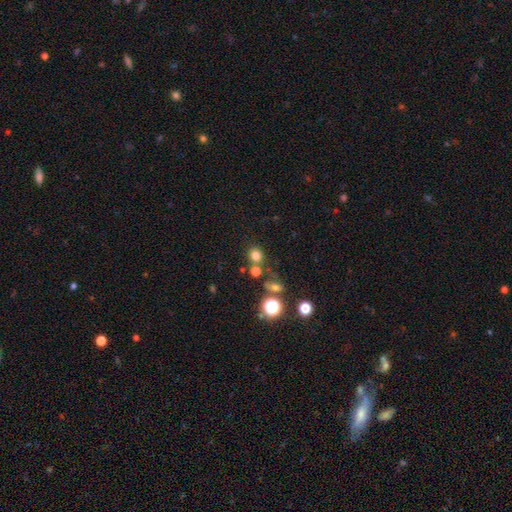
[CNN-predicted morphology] The model was most divided on "smooth or featured": smooth: 73%, star or artifact: 20%, featured or disk: 6%. More confident: how rounded — round (85%); merging — none (71%).